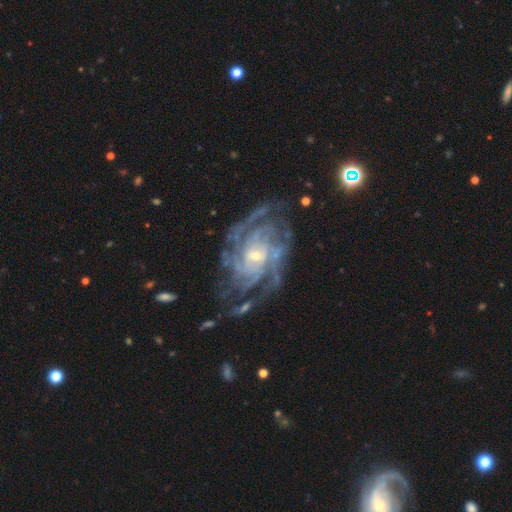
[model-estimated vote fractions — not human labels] smooth_or_featured: featured or disk (p=0.92) [alt: star or artifact p=0.05]
disk_edge_on: no (p=0.97) [alt: yes p=0.03]
bar: no (p=0.62) [alt: weak p=0.27]
has_spiral_arms: yes (p=0.98) [alt: no p=0.02]
spiral_winding: tight (p=0.65) [alt: medium p=0.30]
spiral_arm_count: 4 (p=0.25) [alt: can't tell p=0.21]
bulge_size: small (p=0.74) [alt: moderate p=0.22]
merging: none (p=0.68) [alt: minor disturbance p=0.18]